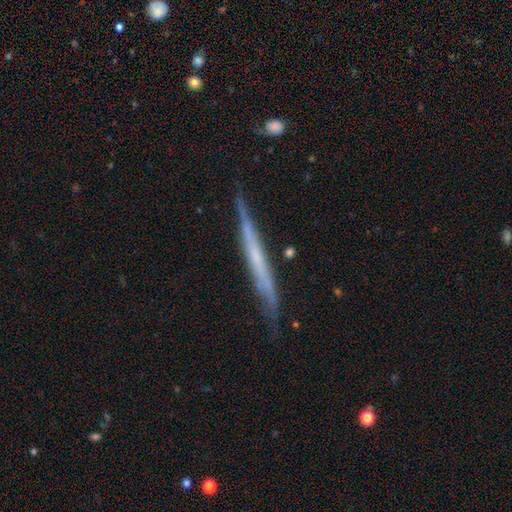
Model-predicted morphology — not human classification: A featured or disk galaxy (61%) viewed edge-on (93%) with no central bulge (81%).

Vote fractions:
- Smooth or featured? featured or disk: 61% / smooth: 33% / star or artifact: 6%
- Edge-on disk? yes: 93% / no: 7%
- Edge-on bulge? none: 81% / rounded: 13% / boxy: 7%
- Merging? none: 77% / minor disturbance: 18% / major disturbance: 3% / merger: 2%